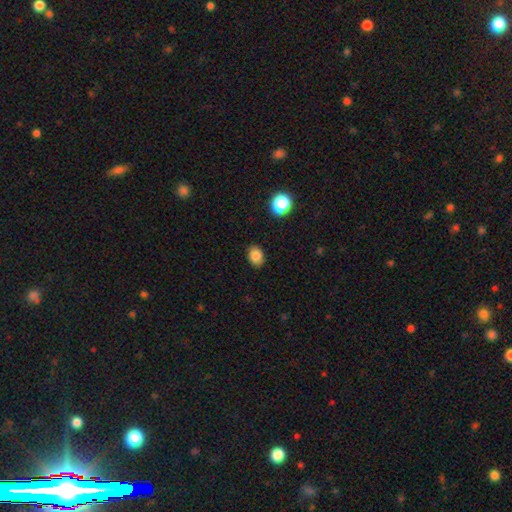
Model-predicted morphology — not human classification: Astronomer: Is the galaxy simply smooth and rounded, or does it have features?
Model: smooth — 83%.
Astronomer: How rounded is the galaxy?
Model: in between — 64%.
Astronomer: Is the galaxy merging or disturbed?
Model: none — 87%.